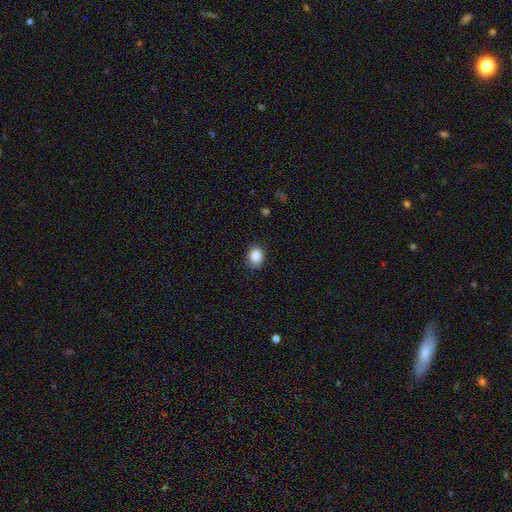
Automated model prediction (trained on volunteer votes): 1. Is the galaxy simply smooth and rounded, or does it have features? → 88% smooth, 9% star or artifact, 3% featured or disk.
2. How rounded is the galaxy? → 52% round, 47% in between, 1% cigar-shaped.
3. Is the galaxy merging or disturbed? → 84% none, 13% minor disturbance, 3% major disturbance, 1% merger.